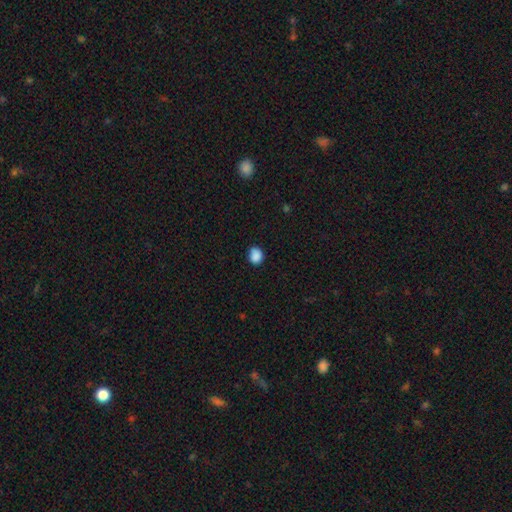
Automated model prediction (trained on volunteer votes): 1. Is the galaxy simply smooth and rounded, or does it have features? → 87% smooth, 9% star or artifact, 3% featured or disk.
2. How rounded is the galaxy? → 62% round, 37% in between, 1% cigar-shaped.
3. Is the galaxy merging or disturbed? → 74% none, 21% minor disturbance, 4% major disturbance, 2% merger.